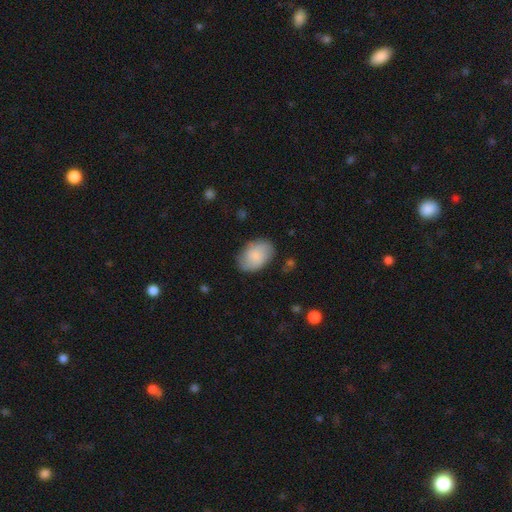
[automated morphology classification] smooth 77%, featured or disk 17%, star or artifact 7%. Down the decision tree: how rounded — in between (87%); merging — none (76%).